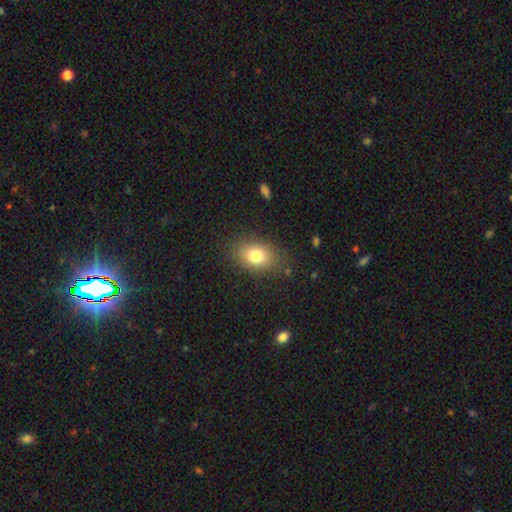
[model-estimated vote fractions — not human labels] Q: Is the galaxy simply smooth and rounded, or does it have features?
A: smooth — 78%.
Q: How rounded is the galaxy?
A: in between — 74%.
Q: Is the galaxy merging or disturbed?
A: none — 83%.